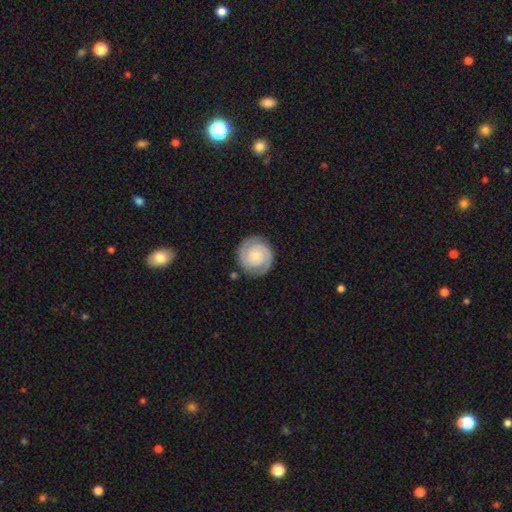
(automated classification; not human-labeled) A featured or disk galaxy (77%) with no bar (73%), 2 (85%) tight (73%) spiral arms (96%) and a small central bulge (54%).

Vote fractions:
- Smooth or featured? featured or disk: 77% / smooth: 18% / star or artifact: 5%
- Edge-on disk? no: 98% / yes: 2%
- Bar? no: 73% / weak: 23% / strong: 4%
- Spiral arms? yes: 96% / no: 4%
- Spiral winding? tight: 73% / medium: 23% / loose: 4%
- Spiral arm count? 2: 85% / can't tell: 6% / 3: 4% / 1: 2% / 4: 1% / more than 4: 1%
- Bulge size? small: 54% / moderate: 39% / large: 3% / none: 3% / dominant: 1%
- Merging? none: 86% / minor disturbance: 10% / major disturbance: 3% / merger: 2%